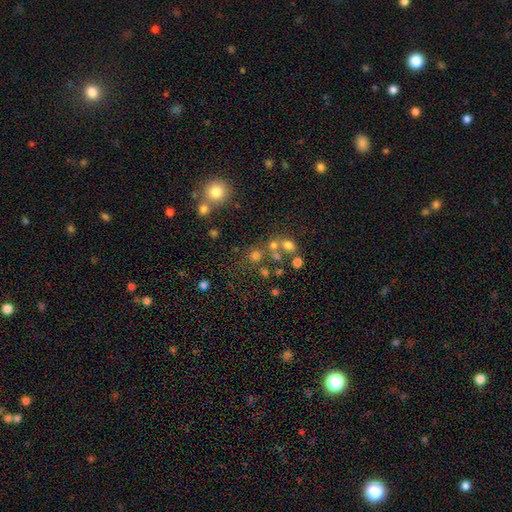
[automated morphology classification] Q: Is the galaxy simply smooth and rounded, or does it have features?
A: smooth — 66%.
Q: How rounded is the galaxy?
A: round — 88%.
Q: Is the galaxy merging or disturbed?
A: none — 63%.